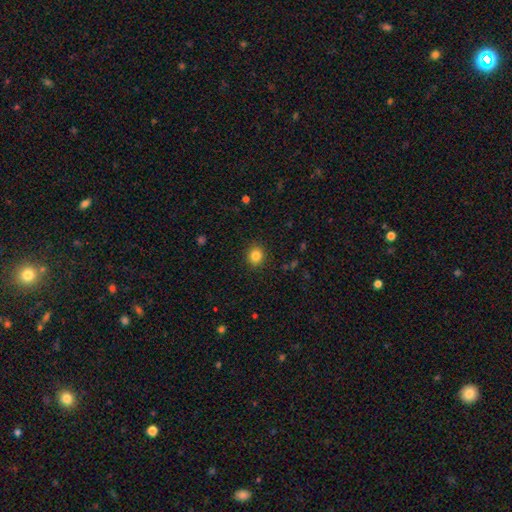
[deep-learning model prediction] A smooth galaxy with no disk features (84%) that is round (82%). Merging: none (91%).